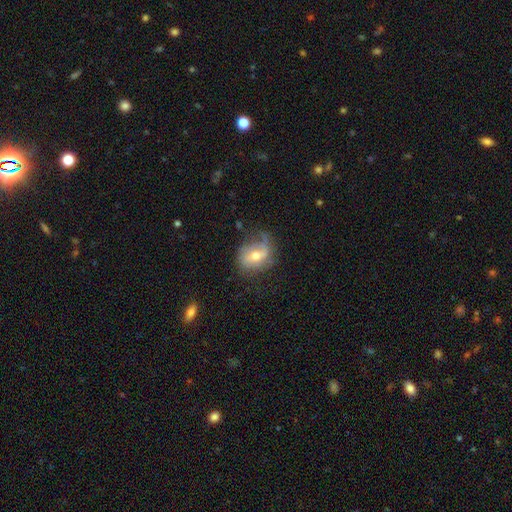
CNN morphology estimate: Smooth or featured? Predicted: featured or disk (p=0.55). Edge-on disk? Predicted: no (p=0.94). Bar? Predicted: weak (p=0.40). Spiral arms? Predicted: yes (p=0.72). Bulge size? Predicted: moderate (p=0.64). Merging? Predicted: none (p=0.49).